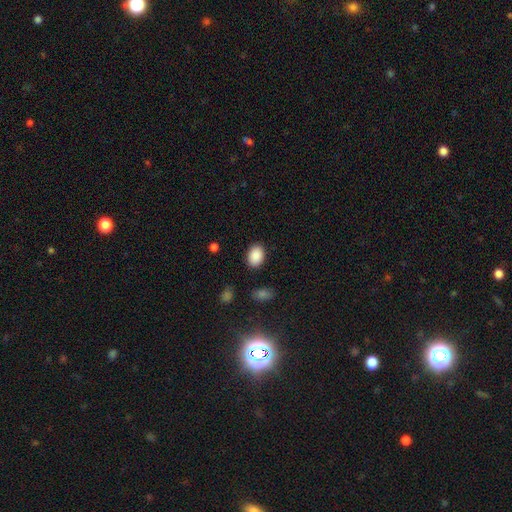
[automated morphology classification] Smooth or featured? Predicted: smooth (p=0.89). How rounded? Predicted: in between (p=0.75). Merging? Predicted: none (p=0.87).